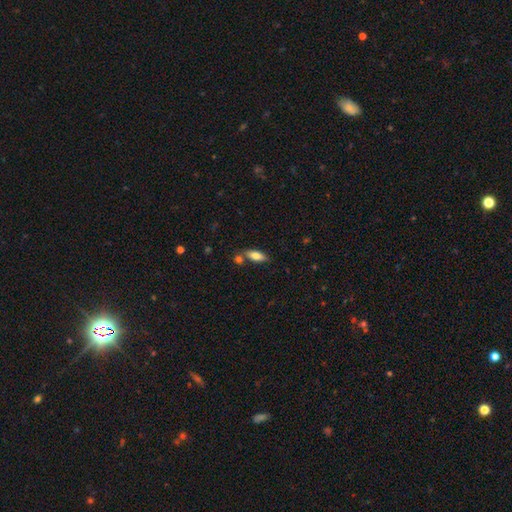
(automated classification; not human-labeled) smooth_or_featured: smooth (p=0.76) [alt: featured or disk p=0.17]
how_rounded: in between (p=0.77) [alt: cigar-shaped p=0.21]
merging: none (p=0.70) [alt: merger p=0.15]